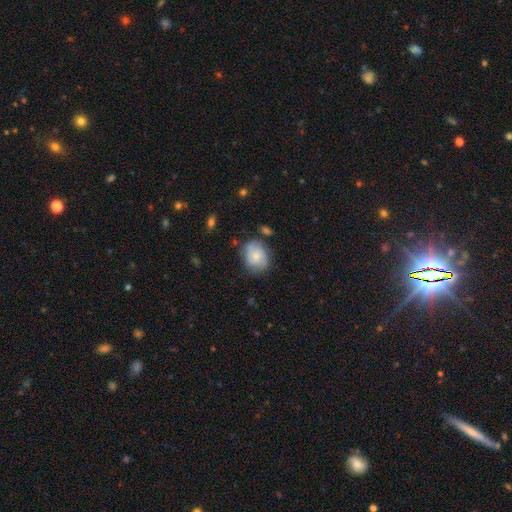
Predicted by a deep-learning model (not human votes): smooth 72%, featured or disk 21%, star or artifact 7%. Down the decision tree: how rounded — round (56%); merging — none (70%).